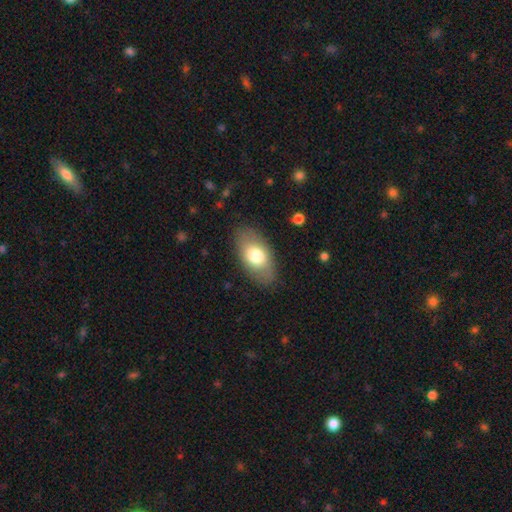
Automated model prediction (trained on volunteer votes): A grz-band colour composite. It shows a smooth galaxy with no disk features (72%) that is in between round and cigar-shaped (93%). Merging: none (83%).